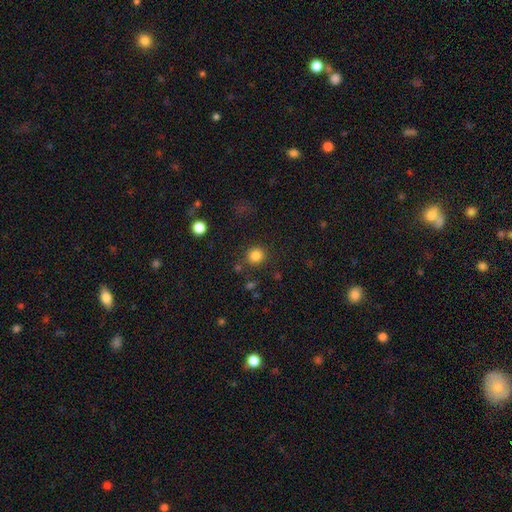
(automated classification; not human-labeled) smooth_or_featured: smooth (p=0.84) [alt: star or artifact p=0.12]
how_rounded: round (p=0.88) [alt: in between p=0.11]
merging: none (p=0.85) [alt: minor disturbance p=0.08]